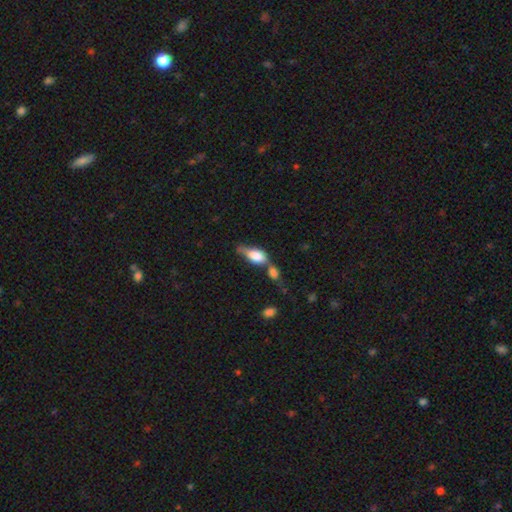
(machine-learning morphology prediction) smooth-or-featured: smooth: 67% | featured or disk: 25% | star or artifact: 8%
  how-rounded: in between: 83% | cigar-shaped: 12% | round: 5%
  merging: merger: 50% | none: 22% | minor disturbance: 15% | major disturbance: 13%